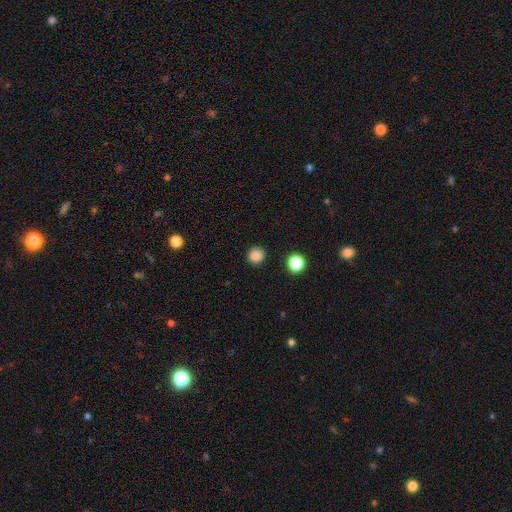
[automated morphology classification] Smooth or featured? Predicted: smooth (p=0.85). How rounded? Predicted: round (p=0.92). Merging? Predicted: none (p=0.90).